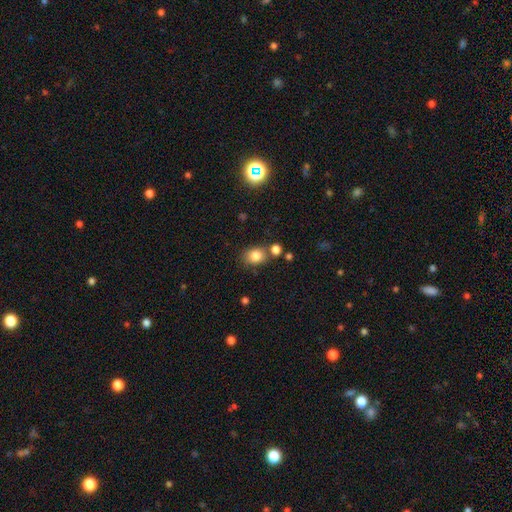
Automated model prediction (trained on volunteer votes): A smooth galaxy with no disk features (82%) that is in between round and cigar-shaped (51%).

Vote fractions:
- Smooth or featured? smooth: 82% / star or artifact: 11% / featured or disk: 7%
- How rounded? in between: 51% / round: 48% / cigar-shaped: 1%
- Merging? none: 68% / minor disturbance: 14% / merger: 14% / major disturbance: 4%